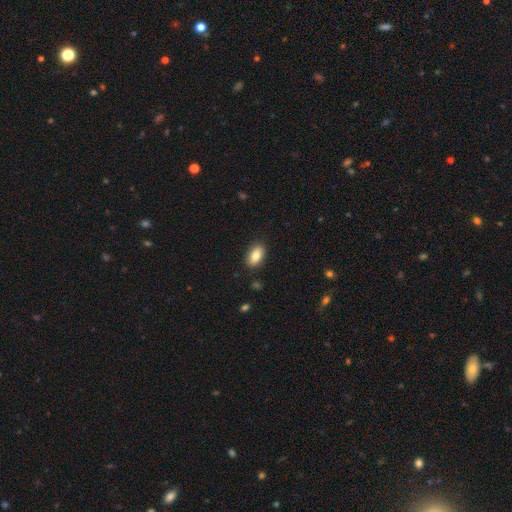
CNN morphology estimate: Smooth or featured: smooth — 82% (featured or disk — 11%)
How rounded: in between — 91% (cigar-shaped — 5%)
Merging: none — 88% (minor disturbance — 9%)